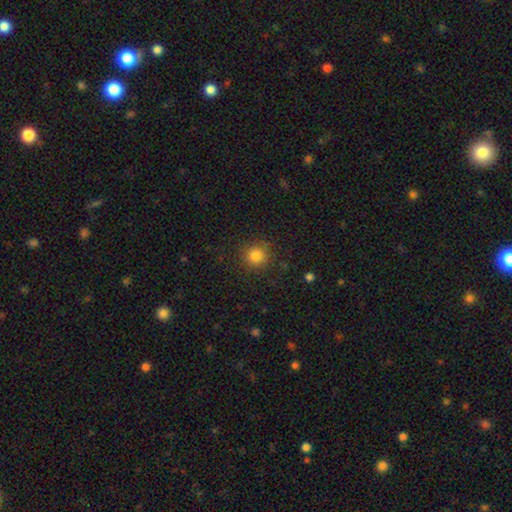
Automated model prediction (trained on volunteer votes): Smooth or featured? smooth (83%)
How rounded? round (94%)
Merging? none (88%)